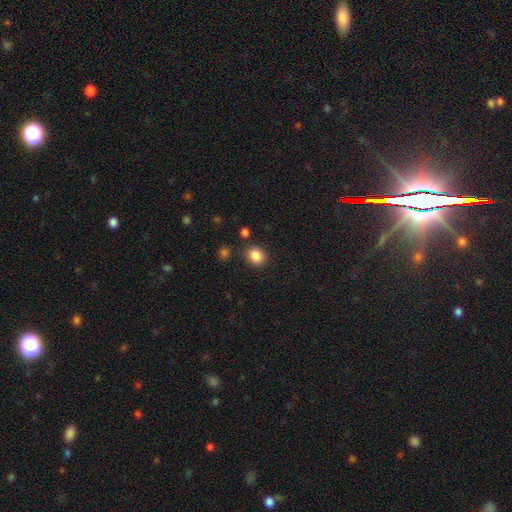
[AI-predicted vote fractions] This appears to be a smooth galaxy with no disk features (86%) that is round (60%). Merging: none (85%).